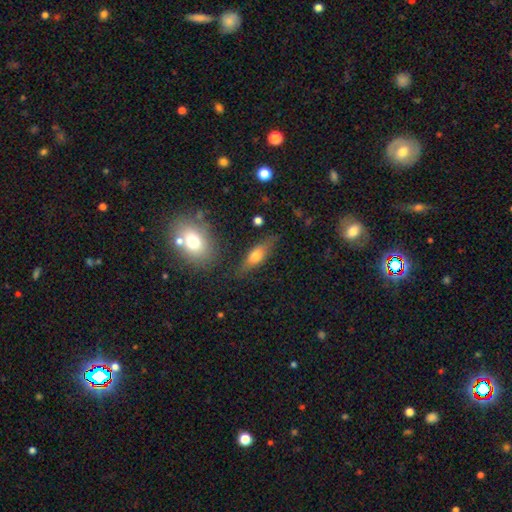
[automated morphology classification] A smooth galaxy with no disk features (58%) that is in between round and cigar-shaped (58%). Merging: none (75%).